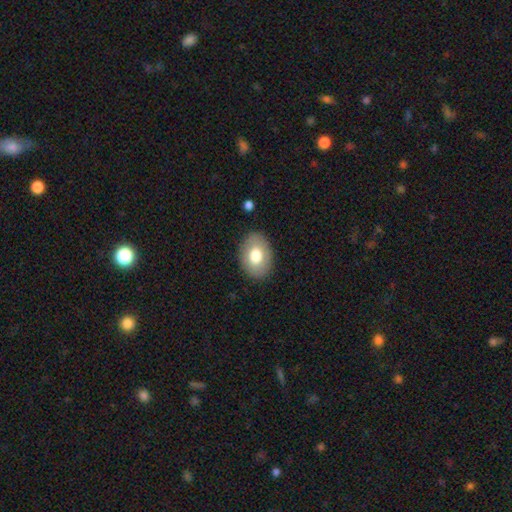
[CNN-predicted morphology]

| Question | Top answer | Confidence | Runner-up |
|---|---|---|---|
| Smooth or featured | smooth | 74% | featured or disk (19%) |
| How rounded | in between | 78% | round (21%) |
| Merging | none | 87% | minor disturbance (9%) |